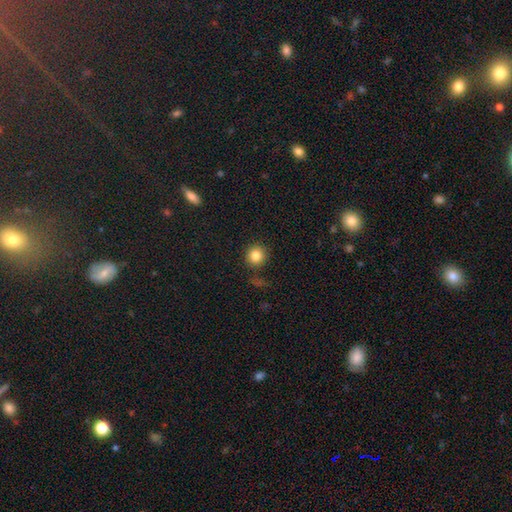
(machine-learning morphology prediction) Smooth or featured?
  - smooth: 83% *
  - star or artifact: 11%
  - featured or disk: 6%
How rounded?
  - round: 92% *
  - in between: 7%
  - cigar-shaped: 1%
Merging?
  - none: 87% *
  - minor disturbance: 8%
  - major disturbance: 3%
  - merger: 3%